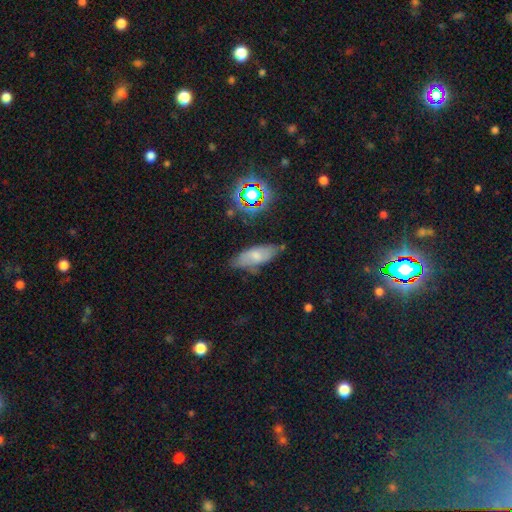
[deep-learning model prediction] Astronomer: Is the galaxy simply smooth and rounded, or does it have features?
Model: smooth — 59%.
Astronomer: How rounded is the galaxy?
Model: in between — 78%.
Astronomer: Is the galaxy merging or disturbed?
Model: none — 63%.